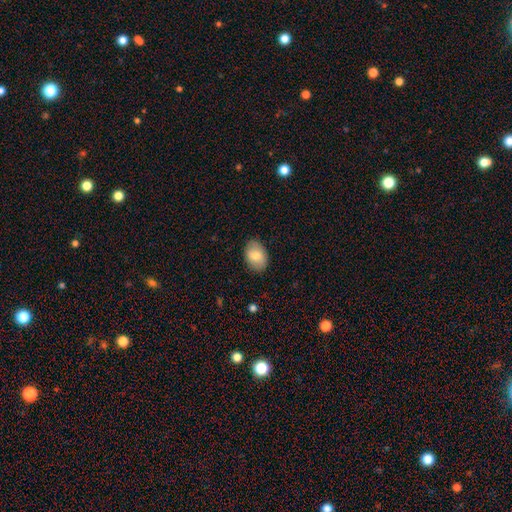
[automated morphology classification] Q: Smooth or featured?
A: smooth (78%); runner-up: featured or disk (16%)
Q: How rounded?
A: in between (85%); runner-up: round (14%)
Q: Merging?
A: none (86%); runner-up: minor disturbance (11%)